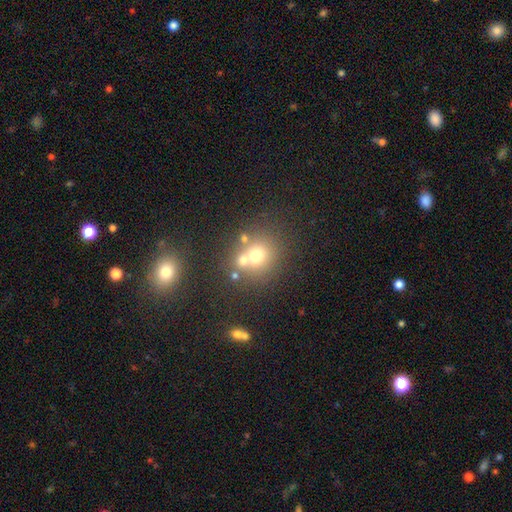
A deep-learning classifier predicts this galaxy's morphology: This appears to be a smooth galaxy with no disk features (65%) that is round (81%). Merging: none (53%).